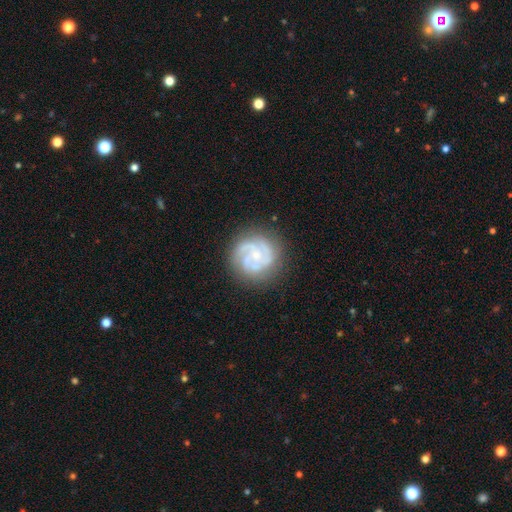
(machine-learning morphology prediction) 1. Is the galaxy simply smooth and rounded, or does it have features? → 84% featured or disk, 10% smooth, 6% star or artifact.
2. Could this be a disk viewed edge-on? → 98% no, 2% yes.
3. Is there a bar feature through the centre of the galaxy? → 73% no, 23% weak, 4% strong.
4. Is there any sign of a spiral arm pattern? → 96% yes, 4% no.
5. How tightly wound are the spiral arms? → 58% tight, 35% medium, 6% loose.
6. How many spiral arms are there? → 51% 3, 14% 4, 13% can't tell, 12% 2, 5% more than 4, 5% 1.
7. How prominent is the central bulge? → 65% small, 24% moderate, 8% none, 2% large, 1% dominant.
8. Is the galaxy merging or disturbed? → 78% none, 14% minor disturbance, 6% major disturbance, 2% merger.